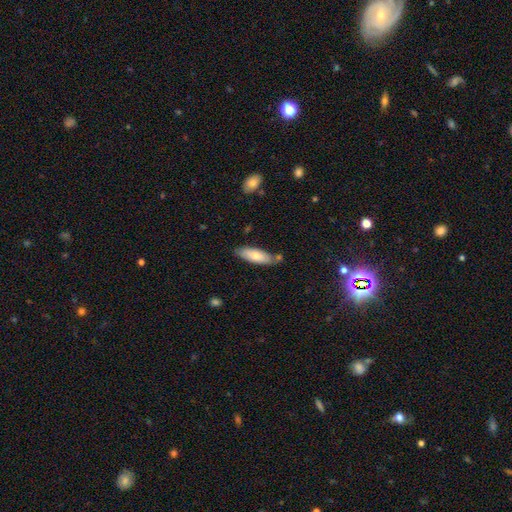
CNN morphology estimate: This appears to be a smooth galaxy with no disk features (72%) that is in between round and cigar-shaped (61%). Merging: none (70%).